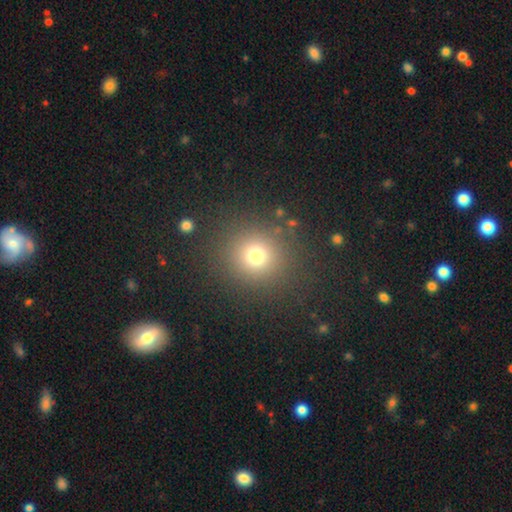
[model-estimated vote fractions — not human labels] Smooth or featured: smooth — 74% (star or artifact — 18%)
How rounded: round — 91% (in between — 8%)
Merging: none — 87% (minor disturbance — 7%)